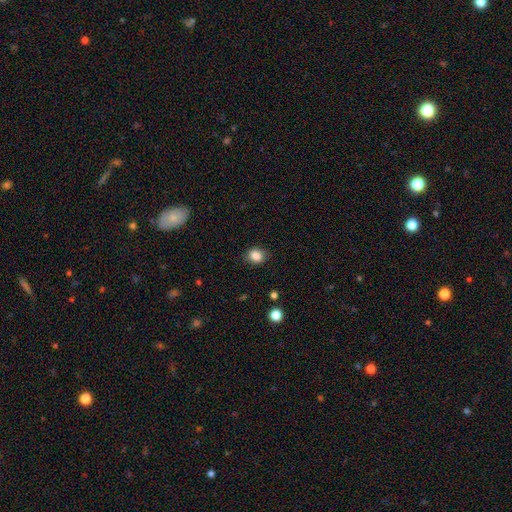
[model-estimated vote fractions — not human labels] A smooth galaxy with no disk features (85%) that is round (54%).

Vote fractions:
- Smooth or featured? smooth: 85% / star or artifact: 10% / featured or disk: 5%
- How rounded? round: 54% / in between: 45% / cigar-shaped: 1%
- Merging? none: 84% / minor disturbance: 12% / major disturbance: 3% / merger: 1%